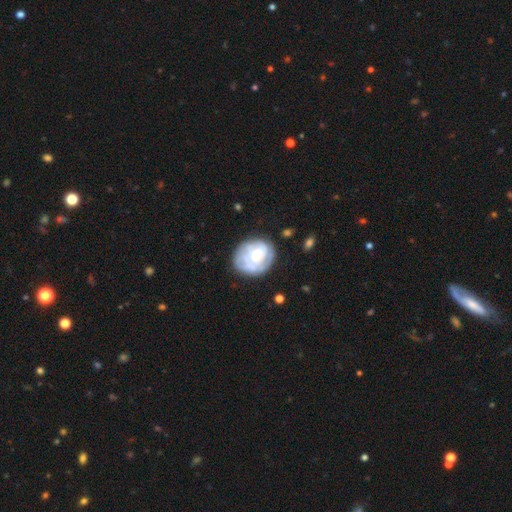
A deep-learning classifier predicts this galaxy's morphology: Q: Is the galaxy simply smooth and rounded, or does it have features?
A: featured or disk — 57%.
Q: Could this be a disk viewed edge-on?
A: no — 97%.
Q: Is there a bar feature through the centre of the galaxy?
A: no — 70%.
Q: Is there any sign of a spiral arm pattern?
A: yes — 51%.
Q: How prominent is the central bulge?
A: small — 40%, tied with moderate.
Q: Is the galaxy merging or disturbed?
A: none — 65%.